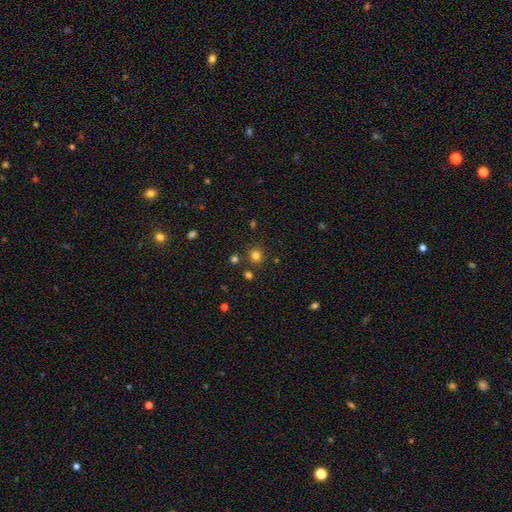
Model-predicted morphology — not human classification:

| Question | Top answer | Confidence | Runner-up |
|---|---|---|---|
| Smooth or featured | smooth | 79% | star or artifact (16%) |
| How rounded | round | 91% | in between (8%) |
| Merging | none | 85% | minor disturbance (7%) |